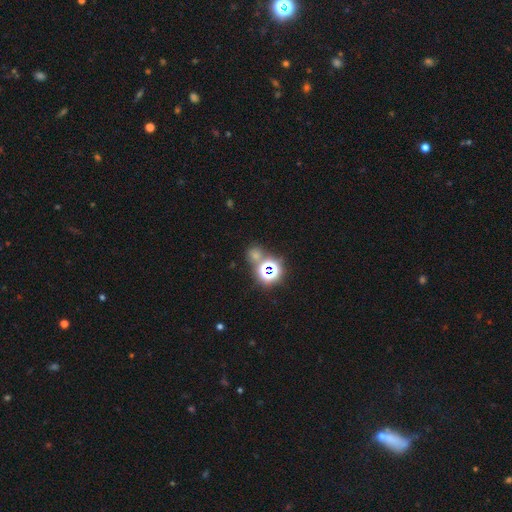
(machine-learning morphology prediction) star or artifact 61%, smooth 30%, featured or disk 9%.